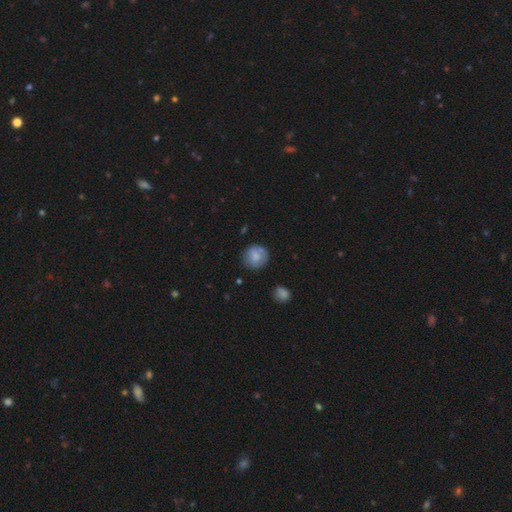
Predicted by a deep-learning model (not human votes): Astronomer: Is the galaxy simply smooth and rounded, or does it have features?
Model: smooth — 75%.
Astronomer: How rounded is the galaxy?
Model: round — 89%.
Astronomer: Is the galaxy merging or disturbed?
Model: none — 74%.